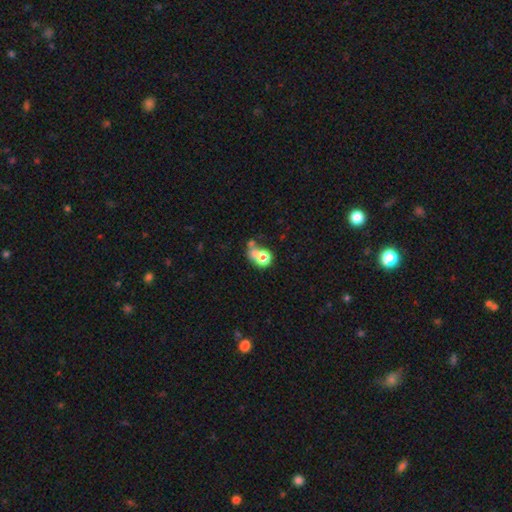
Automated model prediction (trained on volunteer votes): smooth-or-featured: smooth: 68% | featured or disk: 18% | star or artifact: 14%
  how-rounded: round: 65% | in between: 34% | cigar-shaped: 1%
  merging: merger: 41% | none: 31% | major disturbance: 15% | minor disturbance: 13%